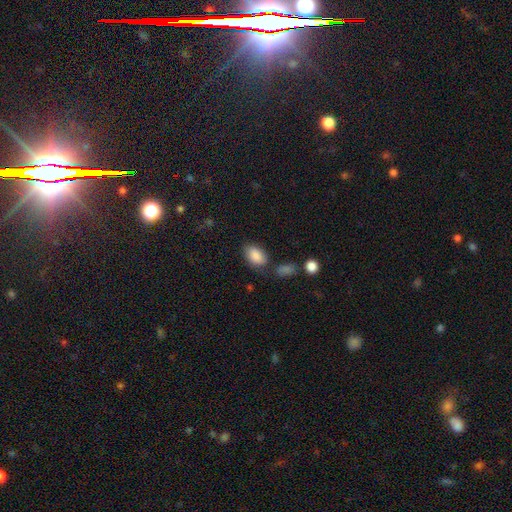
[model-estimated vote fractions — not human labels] Q: Smooth or featured?
A: smooth (87%); runner-up: star or artifact (7%)
Q: How rounded?
A: in between (91%); runner-up: round (7%)
Q: Merging?
A: none (69%); runner-up: minor disturbance (18%)